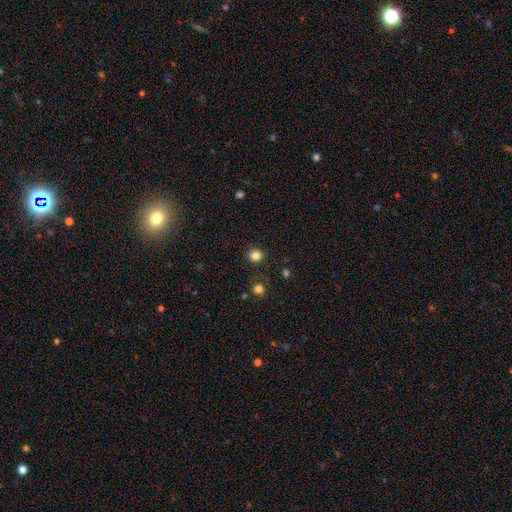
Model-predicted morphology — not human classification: Smooth or featured? Predicted: smooth (p=0.83). How rounded? Predicted: round (p=0.93). Merging? Predicted: none (p=0.90).